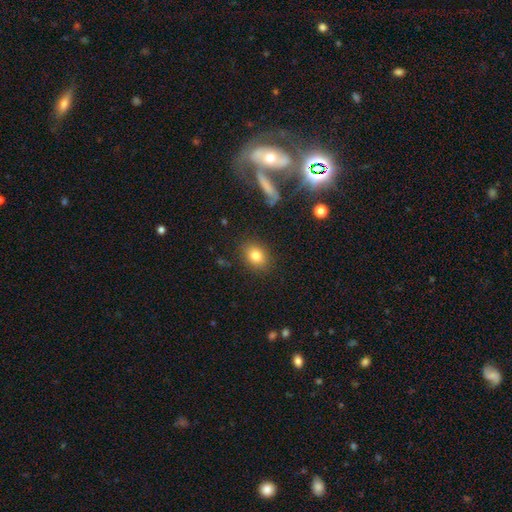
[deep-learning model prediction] Morphology: type=smooth (81%); roundness=in between (54%); merging=none (86%).